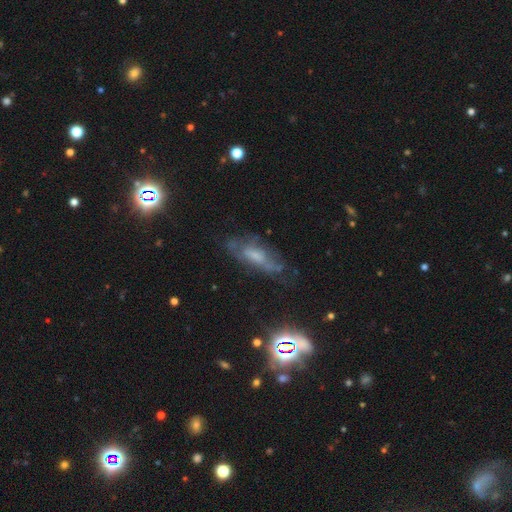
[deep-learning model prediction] smooth_or_featured: featured or disk (p=0.57) [alt: smooth p=0.26]
disk_edge_on: no (p=0.77) [alt: yes p=0.23]
merging: none (p=0.62) [alt: minor disturbance p=0.23]